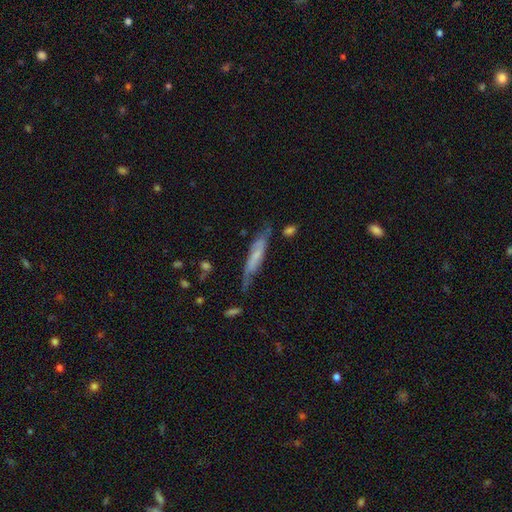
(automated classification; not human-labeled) A featured or disk galaxy (52%) viewed edge-on (58%).

Vote fractions:
- Smooth or featured? featured or disk: 52% / smooth: 40% / star or artifact: 7%
- Edge-on disk? yes: 58% / no: 42%
- Merging? none: 57% / minor disturbance: 27% / major disturbance: 11% / merger: 5%